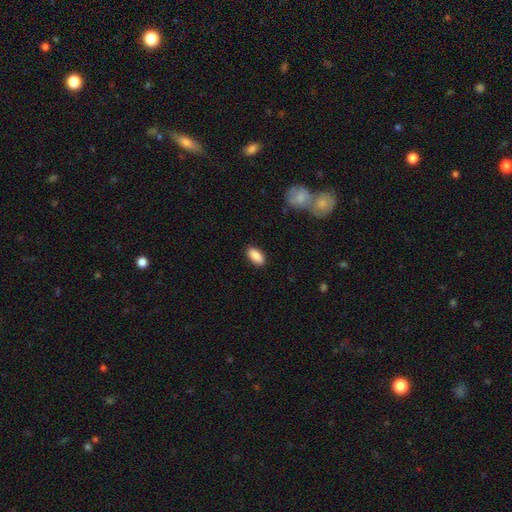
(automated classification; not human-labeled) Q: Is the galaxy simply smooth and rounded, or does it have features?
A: smooth — 88%.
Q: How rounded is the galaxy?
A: in between — 91%.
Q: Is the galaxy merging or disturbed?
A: none — 88%.